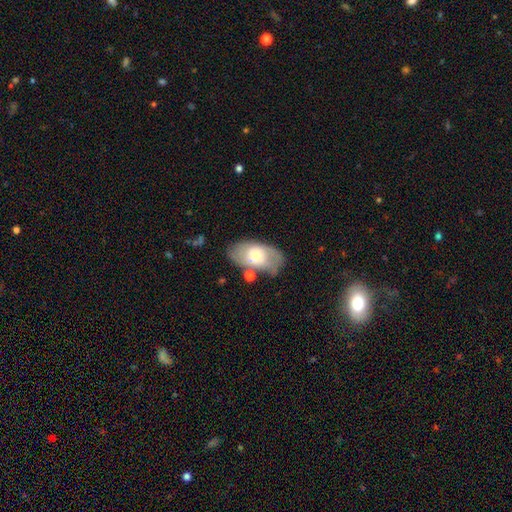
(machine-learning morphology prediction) type=smooth (52%); roundness=in between (92%); merging=none (64%).